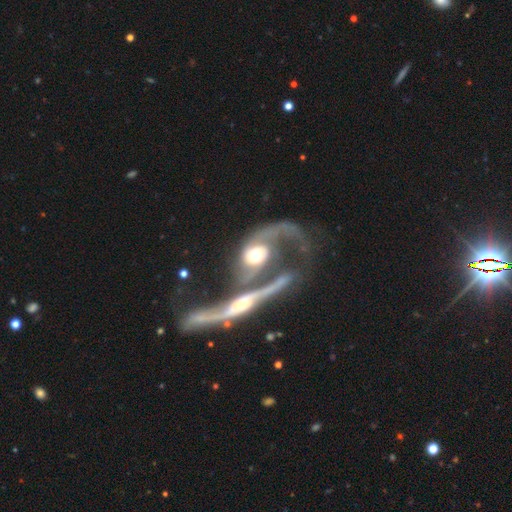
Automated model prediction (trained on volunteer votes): Smooth or featured?
  - featured or disk: 76% *
  - smooth: 18%
  - star or artifact: 7%
Edge-on disk?
  - no: 88% *
  - yes: 12%
Bar?
  - no: 66% *
  - weak: 22%
  - strong: 12%
Spiral arms?
  - yes: 84% *
  - no: 16%
Spiral winding?
  - loose: 65% *
  - medium: 25%
  - tight: 10%
Spiral arm count?
  - 2: 68% *
  - 1: 19%
  - can't tell: 8%
  - 3: 2%
  - 4: 1%
  - more than 4: 1%
Bulge size?
  - moderate: 53% *
  - large: 31%
  - small: 9%
  - dominant: 5%
  - none: 2%
Merging?
  - merger: 65% *
  - major disturbance: 15%
  - none: 13%
  - minor disturbance: 7%